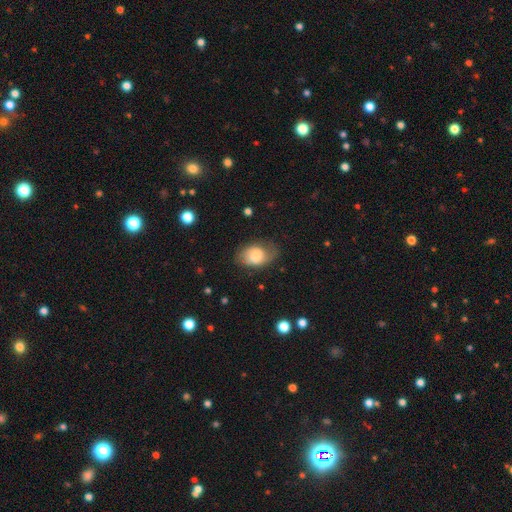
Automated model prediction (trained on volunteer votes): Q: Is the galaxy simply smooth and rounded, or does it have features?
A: smooth — 68%.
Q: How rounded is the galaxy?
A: in between — 82%.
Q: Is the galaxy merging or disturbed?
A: none — 61%.